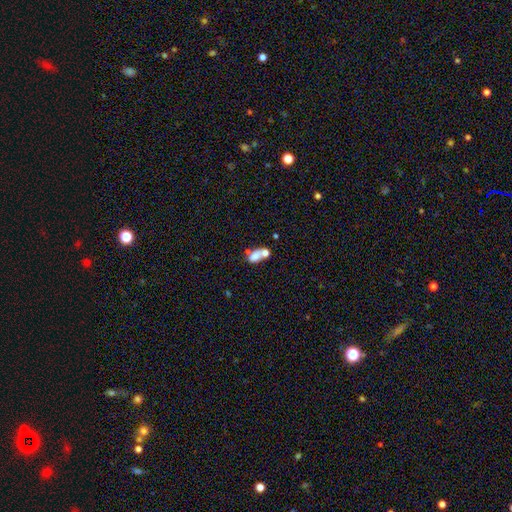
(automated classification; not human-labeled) This appears to be a smooth galaxy with no disk features (68%) that is in between round and cigar-shaped (80%). Merging: merger (55%).